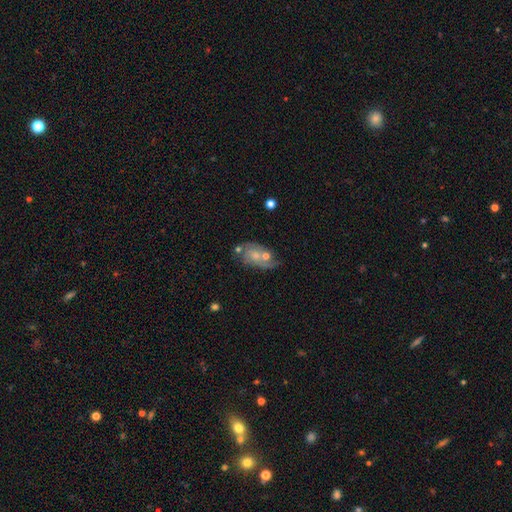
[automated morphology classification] featured or disk 63%, smooth 28%, star or artifact 8%. Down the decision tree: edge-on disk — no (96%); bar — no (73%); spiral arms — yes (79%); bulge size — small (46%); merging — none (43%).